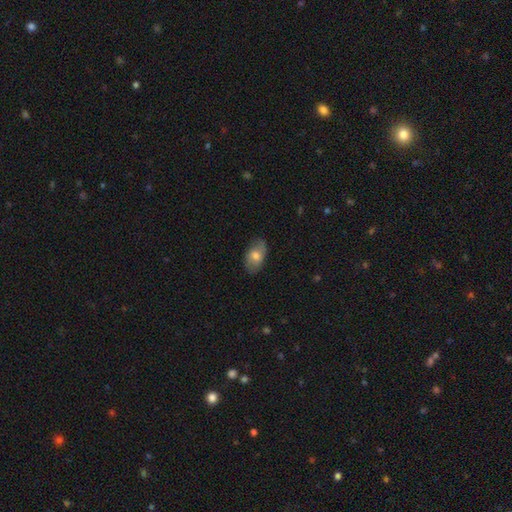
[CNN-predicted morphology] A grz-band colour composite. It shows a smooth galaxy with no disk features (65%) that is in between round and cigar-shaped (92%). Merging: none (79%).